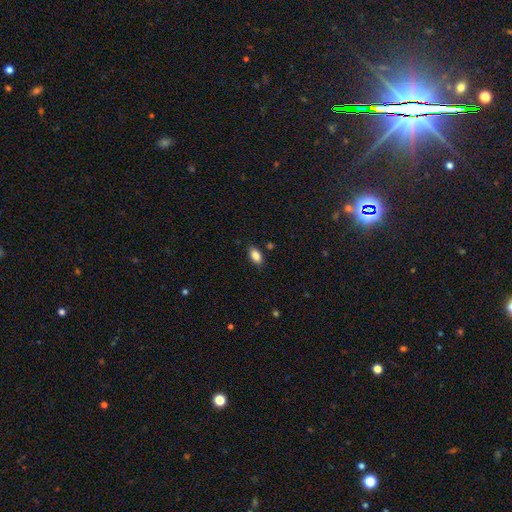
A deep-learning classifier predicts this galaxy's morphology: smooth_or_featured: smooth (p=0.86) [alt: star or artifact p=0.08]
how_rounded: in between (p=0.91) [alt: round p=0.05]
merging: none (p=0.86) [alt: minor disturbance p=0.10]